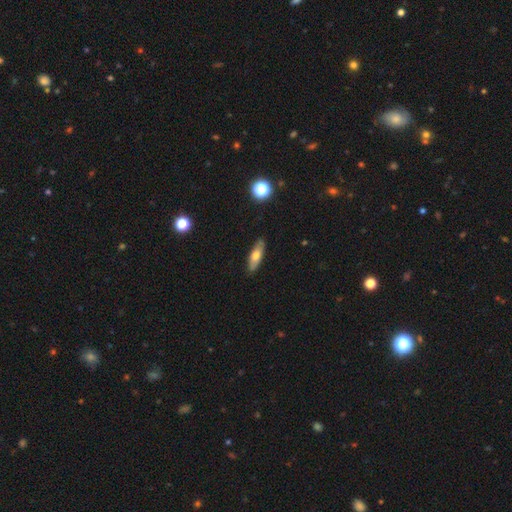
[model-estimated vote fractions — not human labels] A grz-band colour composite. It shows a smooth galaxy with no disk features (60%) that is in between round and cigar-shaped (53%). Merging: none (86%).